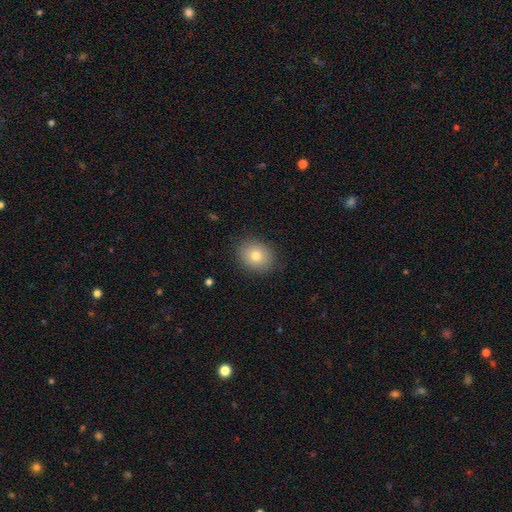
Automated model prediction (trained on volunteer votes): Smooth or featured?
  - smooth: 78% *
  - featured or disk: 11%
  - star or artifact: 11%
How rounded?
  - round: 65% *
  - in between: 34%
  - cigar-shaped: 1%
Merging?
  - none: 88% *
  - minor disturbance: 9%
  - major disturbance: 3%
  - merger: 1%